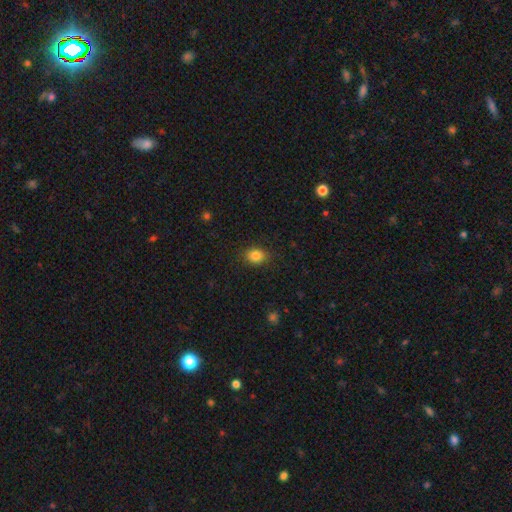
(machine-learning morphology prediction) This is clearly a smooth galaxy (85%). How rounded: possibly in between (56%). Merging: clearly none (86%).